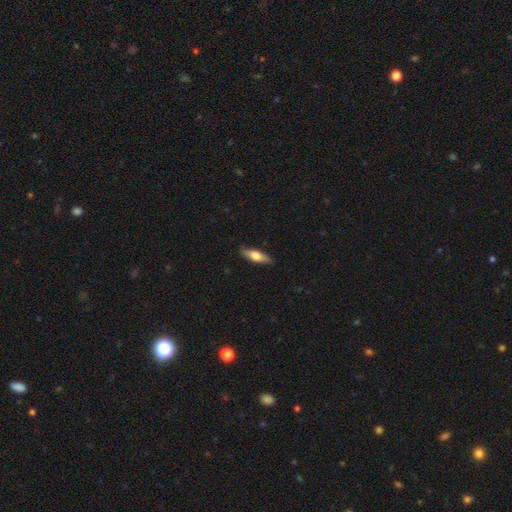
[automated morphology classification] Smooth or featured: smooth — 60% (featured or disk — 35%)
How rounded: cigar-shaped — 50% (in between — 48%)
Merging: none — 85% (minor disturbance — 11%)